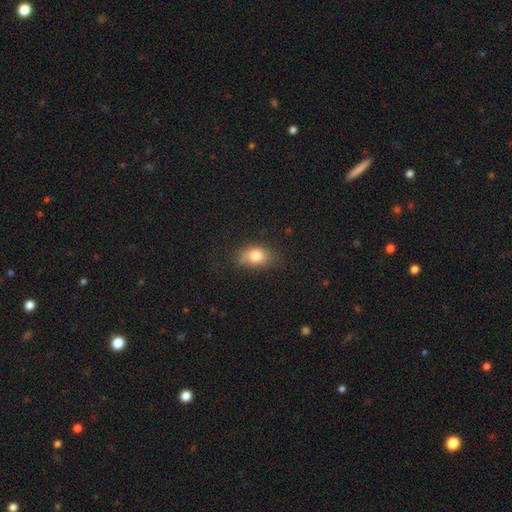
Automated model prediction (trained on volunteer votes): smooth-or-featured: smooth: 79% | featured or disk: 11% | star or artifact: 10%
  how-rounded: in between: 78% | round: 19% | cigar-shaped: 2%
  merging: none: 61% | minor disturbance: 29% | major disturbance: 8% | merger: 2%